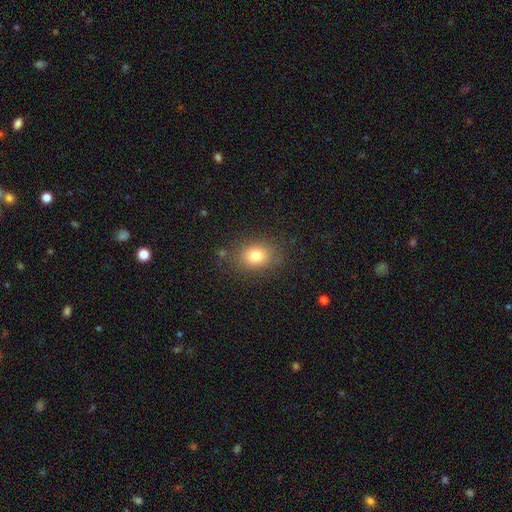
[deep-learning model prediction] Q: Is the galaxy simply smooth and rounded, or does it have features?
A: smooth — 79%.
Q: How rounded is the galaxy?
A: in between — 56%.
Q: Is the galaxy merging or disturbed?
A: none — 82%.